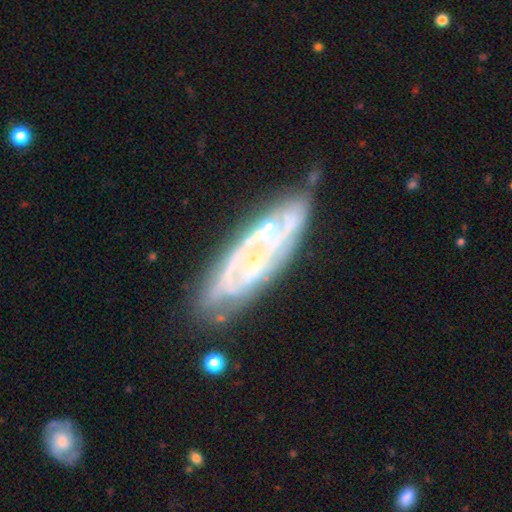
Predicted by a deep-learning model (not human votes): Smooth or featured? featured or disk (80%)
Edge-on disk? no (81%)
Bar? no (62%)
Spiral arms? yes (79%)
Spiral winding? tight (61%)
Spiral arm count? can't tell (46%)
Bulge size? small (69%)
Merging? none (69%)